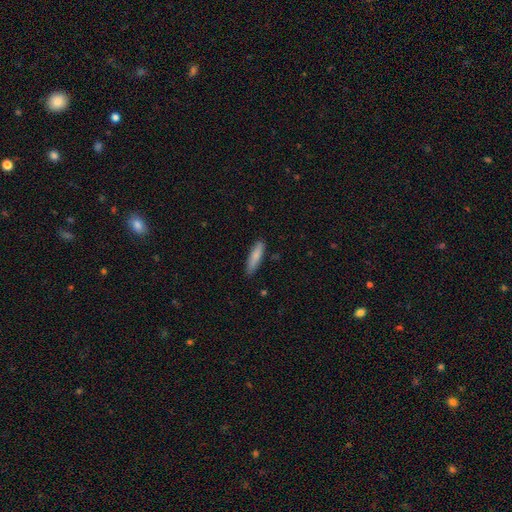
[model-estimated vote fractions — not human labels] Smooth or featured? Predicted: smooth (p=0.81). How rounded? Predicted: cigar-shaped (p=0.77). Merging? Predicted: none (p=0.85).